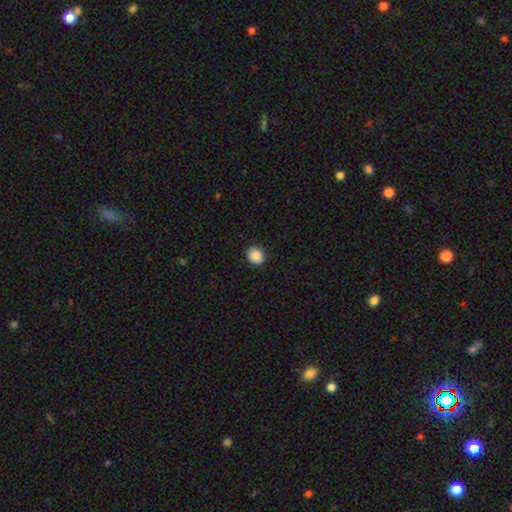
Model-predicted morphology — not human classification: smooth_or_featured: smooth (p=0.88) [alt: star or artifact p=0.09]
how_rounded: round (p=0.73) [alt: in between p=0.26]
merging: none (p=0.90) [alt: minor disturbance p=0.07]